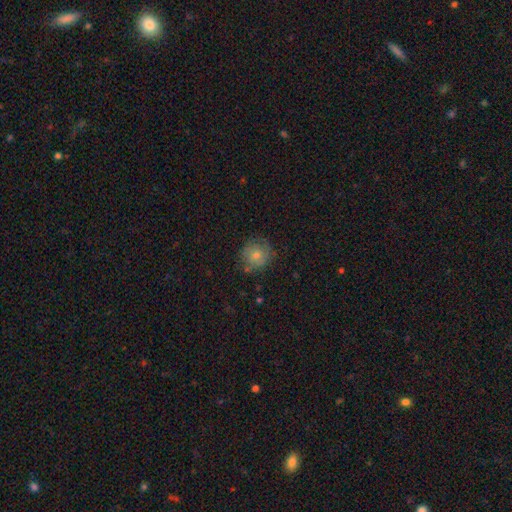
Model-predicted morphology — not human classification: A smooth galaxy with no disk features (61%) that is round (88%). Merging: none (74%).